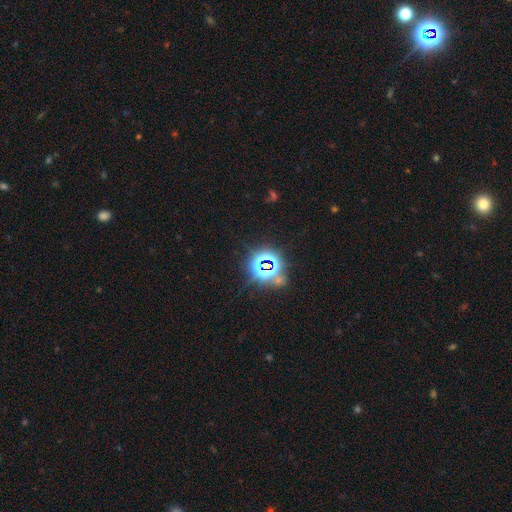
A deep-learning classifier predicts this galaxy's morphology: Q: Smooth or featured?
A: star or artifact (78%); runner-up: smooth (13%)